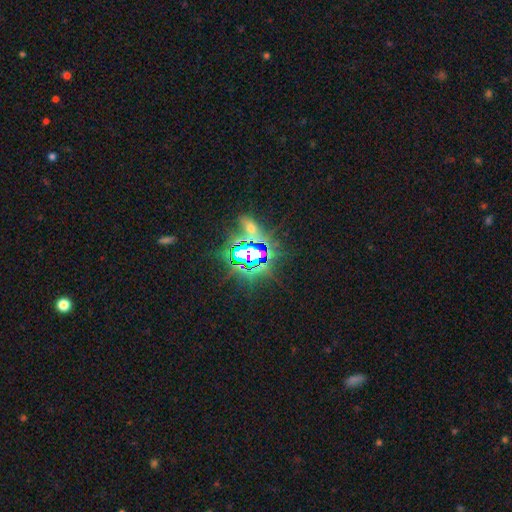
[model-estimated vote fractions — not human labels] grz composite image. It shows a star or artifact, not a galaxy (79%).